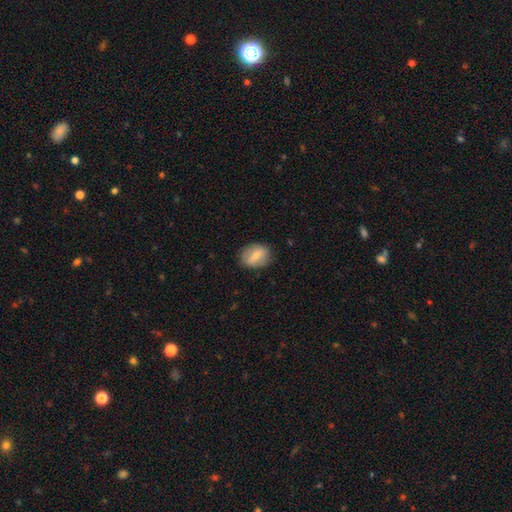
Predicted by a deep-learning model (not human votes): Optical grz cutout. It shows a smooth galaxy with no disk features (57%) that is in between round and cigar-shaped (61%). Merging: none (82%).